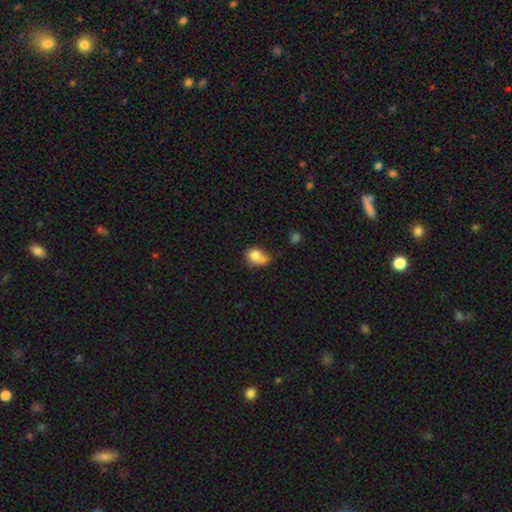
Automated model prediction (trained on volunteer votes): A smooth galaxy with no disk features (75%) that is round (58%). Merging: merger (45%).